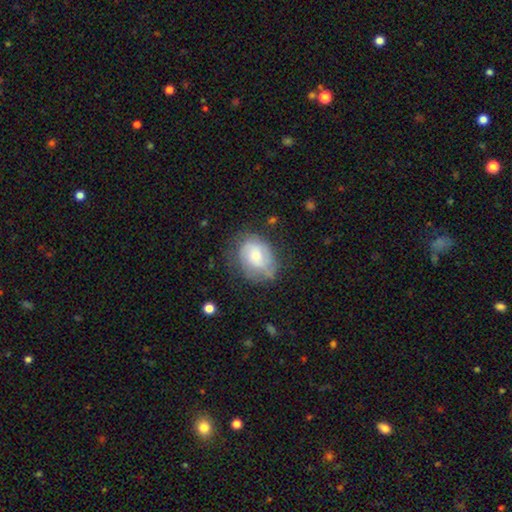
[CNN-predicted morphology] Q: Smooth or featured?
A: smooth (51%); runner-up: featured or disk (42%)
Q: How rounded?
A: in between (61%); runner-up: round (38%)
Q: Merging?
A: none (55%); runner-up: minor disturbance (29%)